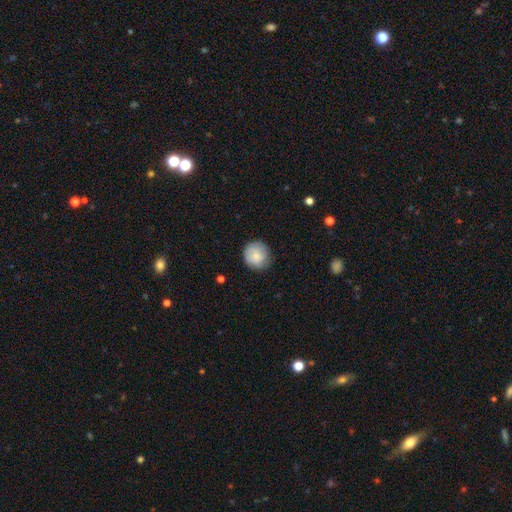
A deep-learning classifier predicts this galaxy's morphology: A smooth galaxy with no disk features (82%) that is round (92%).

Vote fractions:
- Smooth or featured? smooth: 82% / featured or disk: 11% / star or artifact: 7%
- How rounded? round: 92% / in between: 7% / cigar-shaped: 1%
- Merging? none: 81% / minor disturbance: 15% / major disturbance: 3% / merger: 1%